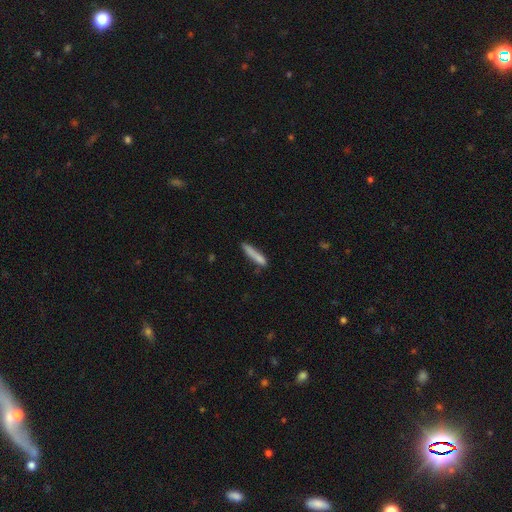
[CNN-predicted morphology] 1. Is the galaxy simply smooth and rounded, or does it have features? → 81% smooth, 13% featured or disk, 7% star or artifact.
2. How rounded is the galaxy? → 90% cigar-shaped, 8% in between, 1% round.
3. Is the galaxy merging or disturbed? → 72% none, 20% minor disturbance, 4% merger, 4% major disturbance.